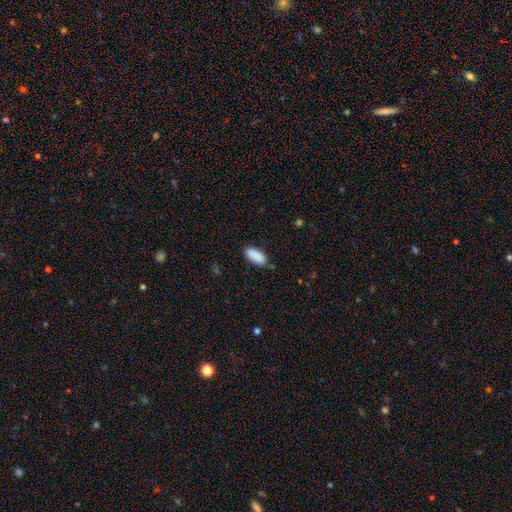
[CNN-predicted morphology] A smooth galaxy with no disk features (89%) that is in between round and cigar-shaped (82%).

Vote fractions:
- Smooth or featured? smooth: 89% / star or artifact: 7% / featured or disk: 4%
- How rounded? in between: 82% / cigar-shaped: 16% / round: 2%
- Merging? none: 81% / minor disturbance: 14% / major disturbance: 3% / merger: 2%